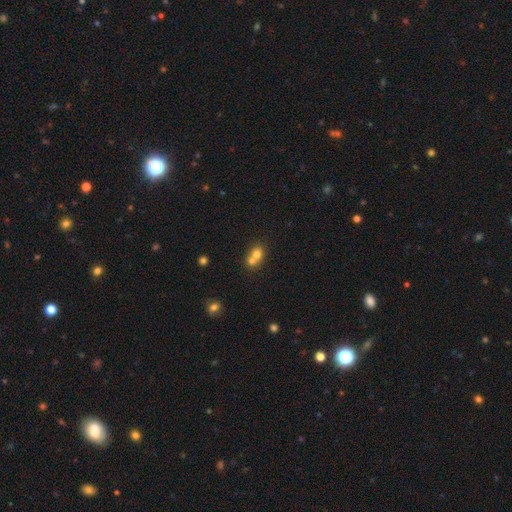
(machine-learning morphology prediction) A smooth galaxy with no disk features (71%) that is round (71%).

Vote fractions:
- Smooth or featured? smooth: 71% / featured or disk: 16% / star or artifact: 12%
- How rounded? round: 71% / in between: 28% / cigar-shaped: 1%
- Merging? merger: 65% / none: 27% / minor disturbance: 5% / major disturbance: 2%